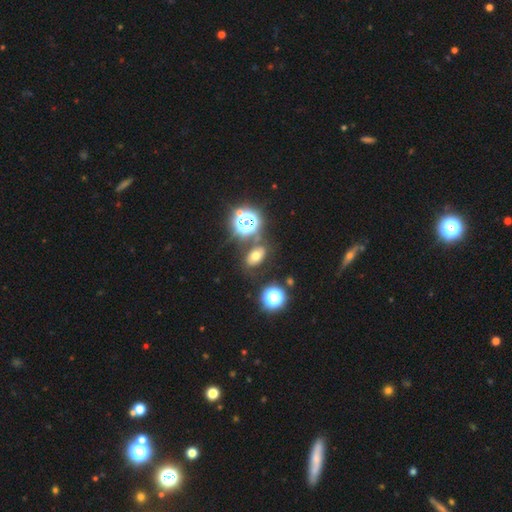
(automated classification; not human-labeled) The model was most divided on "smooth or featured": smooth: 55%, star or artifact: 29%, featured or disk: 16%. More confident: merging — none (76%); how rounded — in between (75%).